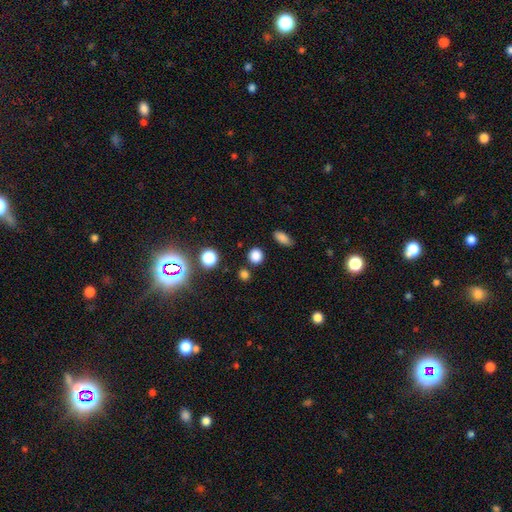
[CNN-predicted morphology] Q: Smooth or featured?
A: smooth (81%); runner-up: star or artifact (15%)
Q: How rounded?
A: round (85%); runner-up: in between (14%)
Q: Merging?
A: none (85%); runner-up: minor disturbance (8%)